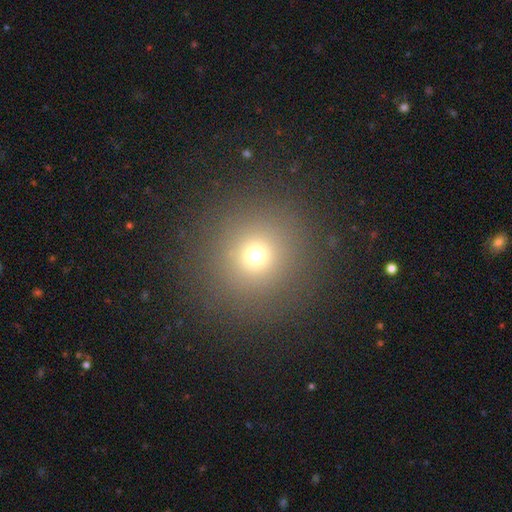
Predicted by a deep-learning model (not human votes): Overall: smooth (69%). How rounded: round (93%). Merging: none (88%).